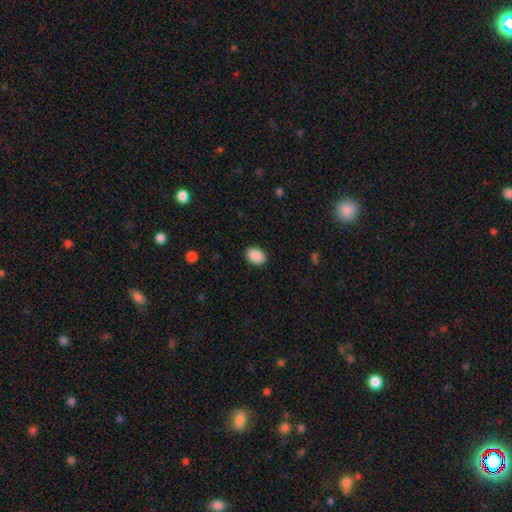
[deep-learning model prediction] Smooth or featured: smooth — 90% (star or artifact — 7%)
How rounded: in between — 77% (round — 22%)
Merging: none — 89% (minor disturbance — 8%)